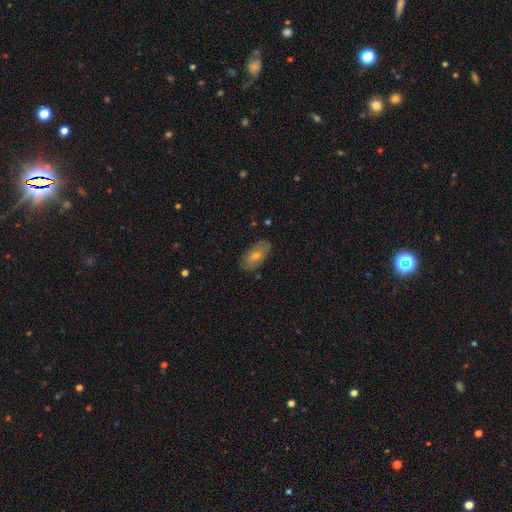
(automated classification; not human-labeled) Smooth or featured? smooth (49%)
Merging? none (83%)